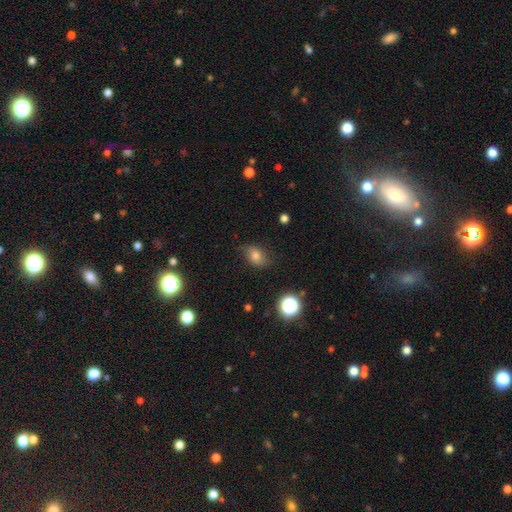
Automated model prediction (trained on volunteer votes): This appears to be a smooth galaxy with no disk features (72%) that is in between round and cigar-shaped (71%). Merging: none (71%).